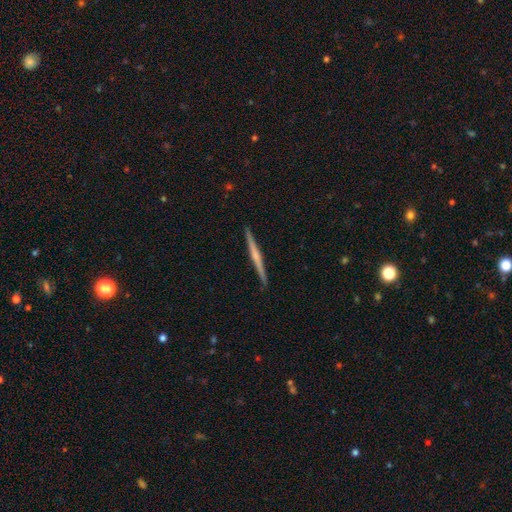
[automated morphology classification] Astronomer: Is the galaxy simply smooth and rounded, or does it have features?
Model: featured or disk — 67%.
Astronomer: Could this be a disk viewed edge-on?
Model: yes — 98%.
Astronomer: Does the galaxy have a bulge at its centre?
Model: rounded — 47% (runner-up: none, 41%).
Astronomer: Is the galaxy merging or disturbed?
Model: none — 92%.